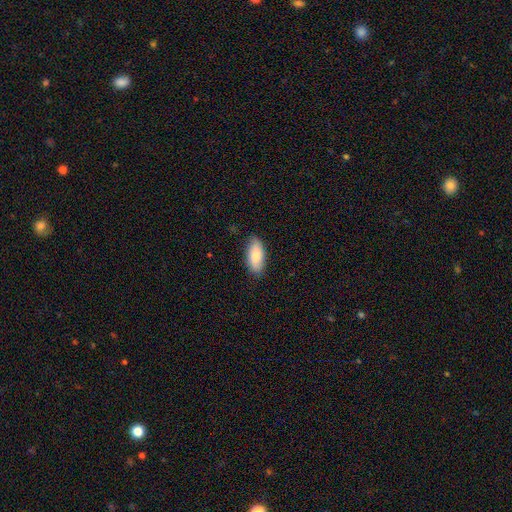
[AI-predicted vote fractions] Overall: smooth (83%). How rounded: in between (89%). Merging: none (83%).